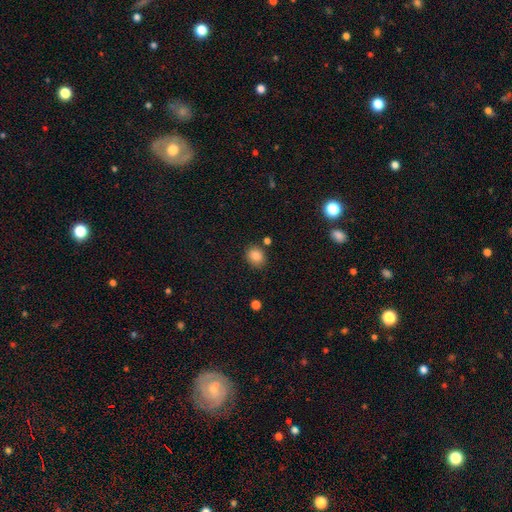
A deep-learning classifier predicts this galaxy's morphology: Smooth or featured? smooth (86%)
How rounded? round (62%)
Merging? none (82%)